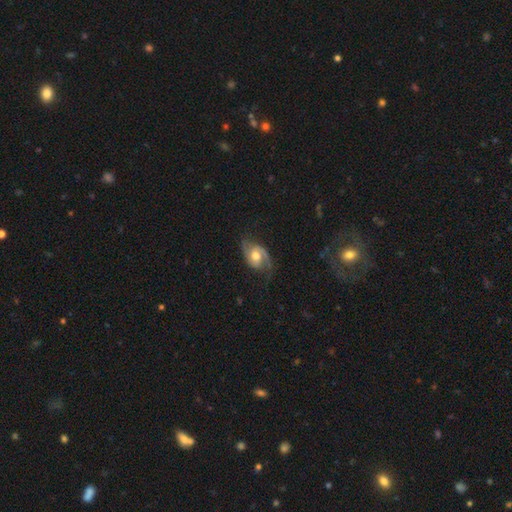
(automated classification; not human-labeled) Smooth or featured?
  - featured or disk: 81% *
  - smooth: 14%
  - star or artifact: 5%
Edge-on disk?
  - no: 97% *
  - yes: 3%
Bar?
  - no: 56% *
  - weak: 36%
  - strong: 8%
Spiral arms?
  - yes: 95% *
  - no: 5%
Spiral winding?
  - medium: 47% *
  - loose: 32%
  - tight: 21%
Spiral arm count?
  - 2: 84% *
  - 1: 9%
  - can't tell: 4%
  - 3: 1%
  - 4: 1%
  - more than 4: 1%
Bulge size?
  - moderate: 65% *
  - large: 21%
  - small: 10%
  - none: 2%
  - dominant: 2%
Merging?
  - none: 64% *
  - minor disturbance: 22%
  - major disturbance: 12%
  - merger: 2%